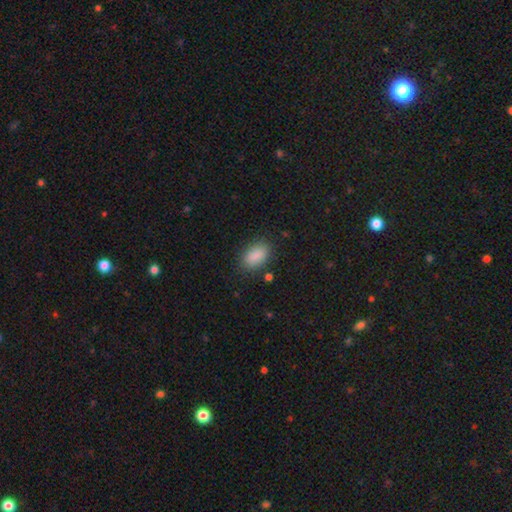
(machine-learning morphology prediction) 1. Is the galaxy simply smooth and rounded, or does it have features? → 88% smooth, 7% star or artifact, 4% featured or disk.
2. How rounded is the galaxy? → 91% in between, 6% round, 3% cigar-shaped.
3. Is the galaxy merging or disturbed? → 82% none, 12% minor disturbance, 4% major disturbance, 2% merger.